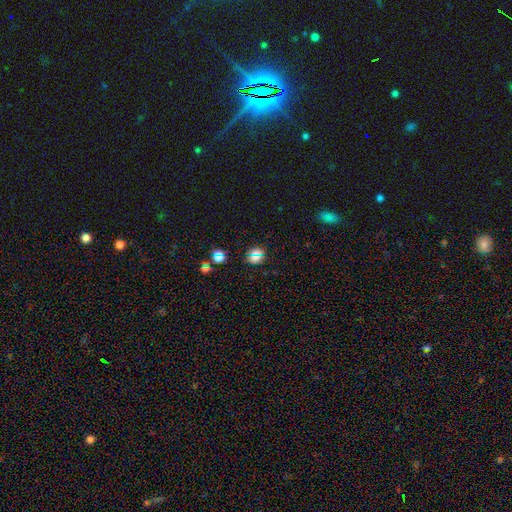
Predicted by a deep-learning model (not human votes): This appears to be a star or artifact, not a galaxy (49%).